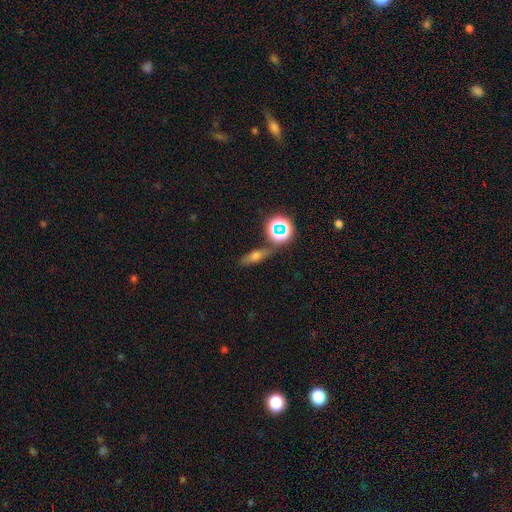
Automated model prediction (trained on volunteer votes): Smooth or featured? Predicted: smooth (p=0.46). Merging? Predicted: none (p=0.74).